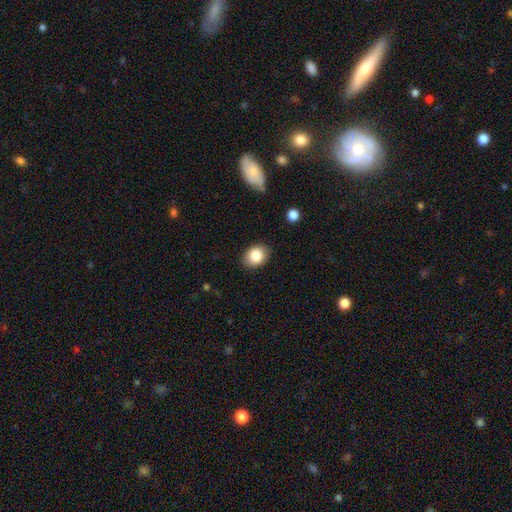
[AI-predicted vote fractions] Smooth or featured?
  - smooth: 85% *
  - star or artifact: 8%
  - featured or disk: 6%
How rounded?
  - in between: 61% *
  - round: 38%
  - cigar-shaped: 1%
Merging?
  - none: 86% *
  - minor disturbance: 11%
  - major disturbance: 2%
  - merger: 1%